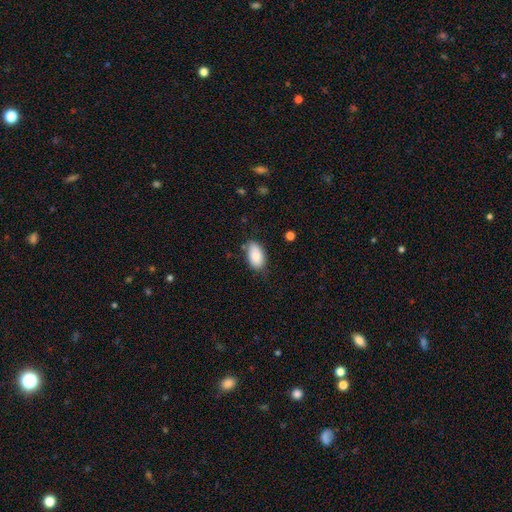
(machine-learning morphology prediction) smooth-or-featured: smooth: 88% | star or artifact: 7% | featured or disk: 5%
  how-rounded: in between: 94% | round: 4% | cigar-shaped: 2%
  merging: none: 74% | minor disturbance: 19% | major disturbance: 4% | merger: 2%